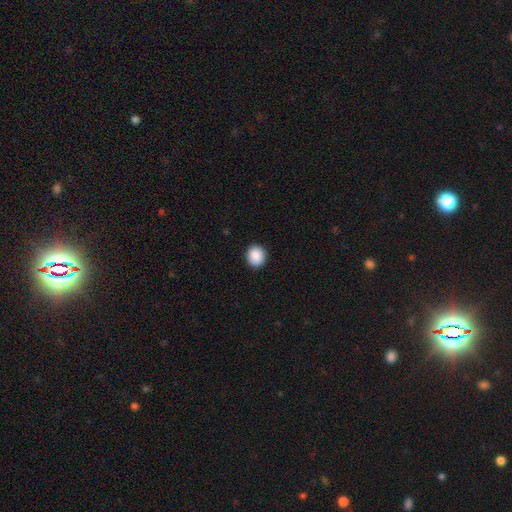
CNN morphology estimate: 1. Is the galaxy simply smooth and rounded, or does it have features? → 89% smooth, 8% star or artifact, 3% featured or disk.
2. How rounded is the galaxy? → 80% round, 19% in between, 1% cigar-shaped.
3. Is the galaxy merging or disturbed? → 91% none, 6% minor disturbance, 2% major disturbance, 1% merger.